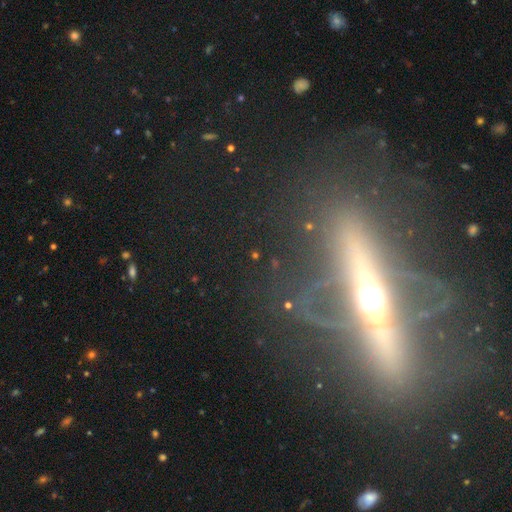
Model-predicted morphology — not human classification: type=star or artifact (42%).